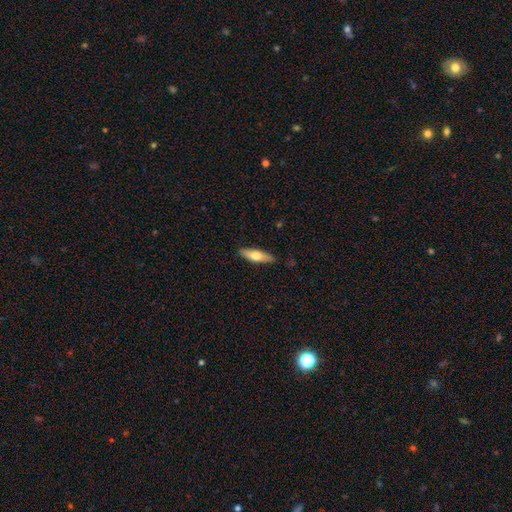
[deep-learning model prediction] smooth-or-featured: smooth: 65% | featured or disk: 30% | star or artifact: 6%
  how-rounded: cigar-shaped: 55% | in between: 43% | round: 2%
  merging: none: 86% | minor disturbance: 11% | major disturbance: 2% | merger: 1%